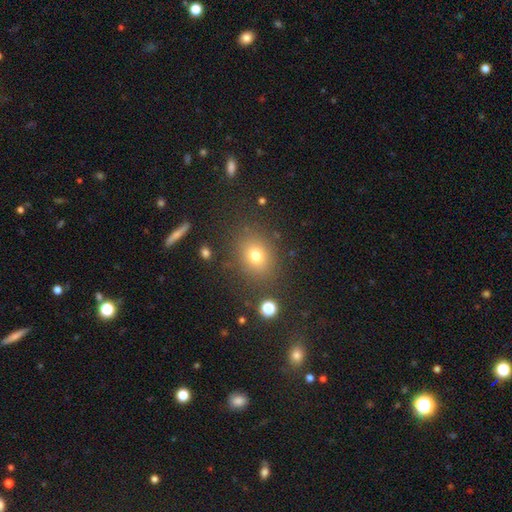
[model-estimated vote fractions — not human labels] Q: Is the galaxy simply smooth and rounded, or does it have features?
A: smooth — 75%.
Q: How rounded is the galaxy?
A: round — 61%.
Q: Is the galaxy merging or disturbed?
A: none — 83%.